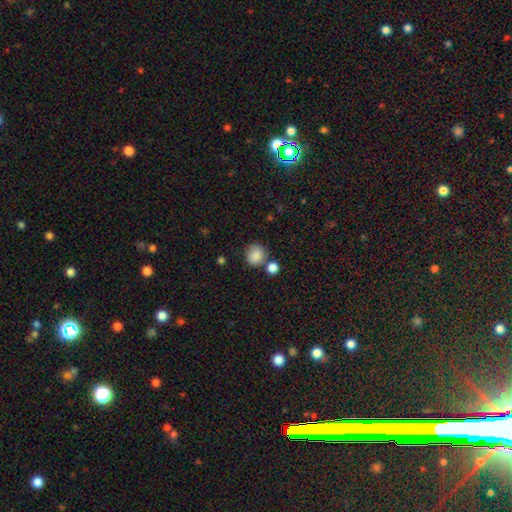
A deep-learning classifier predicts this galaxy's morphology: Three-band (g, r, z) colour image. It shows a smooth galaxy with no disk features (86%) that is round (84%). Merging: none (65%).